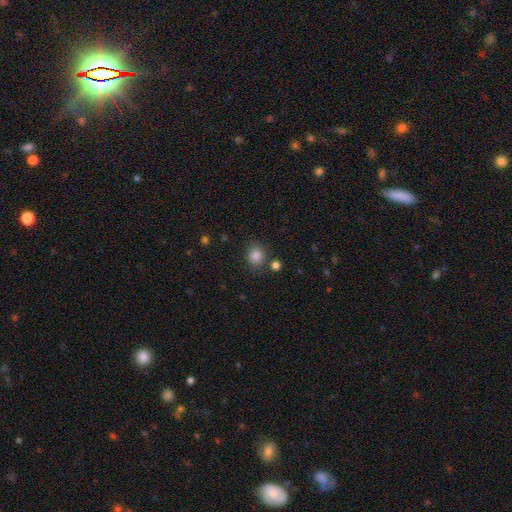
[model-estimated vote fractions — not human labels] smooth_or_featured: smooth (p=0.84) [alt: star or artifact p=0.11]
how_rounded: round (p=0.77) [alt: in between p=0.22]
merging: none (p=0.81) [alt: minor disturbance p=0.10]